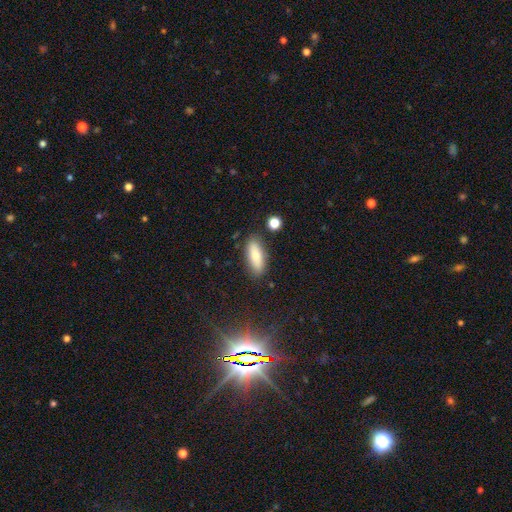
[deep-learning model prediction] This is likely a smooth galaxy (76%). How rounded: likely in between (65%). Merging: clearly none (83%).